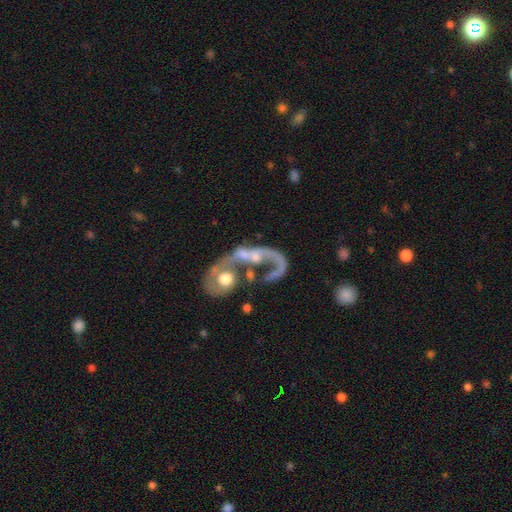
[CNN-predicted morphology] A featured or disk galaxy (71%) with no bar (76%), spiral arms (57%) and a moderate central bulge (41%). Merging: merger (62%).